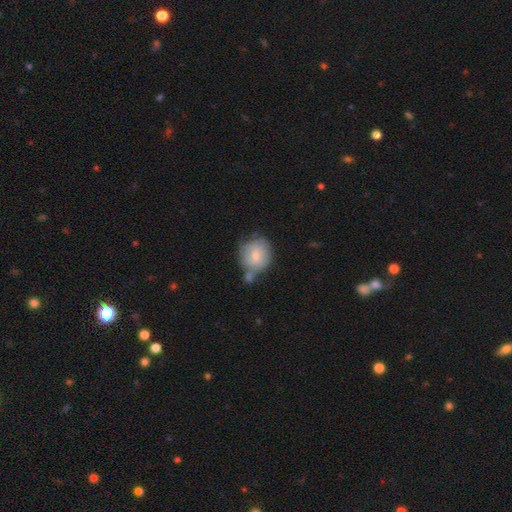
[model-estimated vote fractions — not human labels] smooth 60%, featured or disk 34%, star or artifact 7%. Down the decision tree: how rounded — round (73%); merging — none (40%).